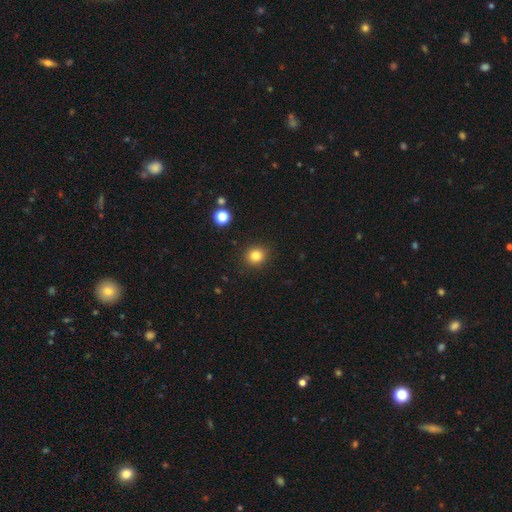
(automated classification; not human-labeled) smooth_or_featured: smooth (p=0.83) [alt: star or artifact p=0.12]
how_rounded: round (p=0.85) [alt: in between p=0.14]
merging: none (p=0.90) [alt: minor disturbance p=0.07]